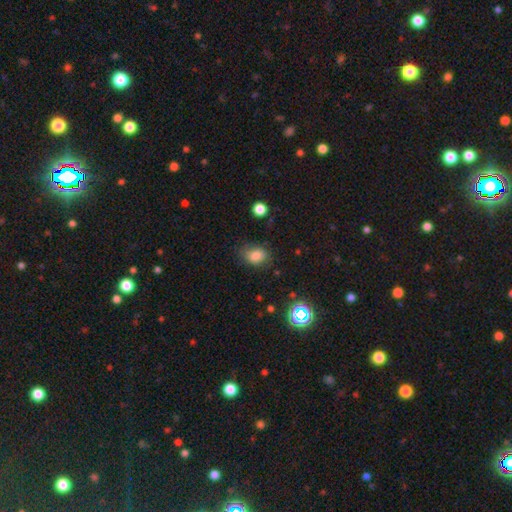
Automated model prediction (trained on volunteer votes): Smooth or featured?
  - smooth: 80% *
  - star or artifact: 12%
  - featured or disk: 8%
How rounded?
  - in between: 67% *
  - round: 32%
  - cigar-shaped: 1%
Merging?
  - none: 66% *
  - minor disturbance: 25%
  - major disturbance: 7%
  - merger: 2%